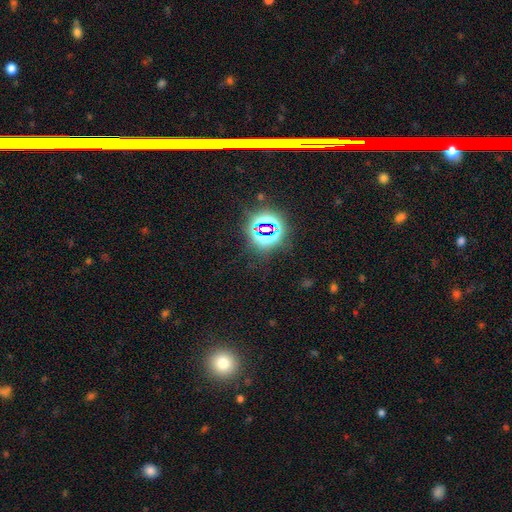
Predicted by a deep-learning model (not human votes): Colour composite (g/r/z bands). It shows a star or artifact, not a galaxy (53%).